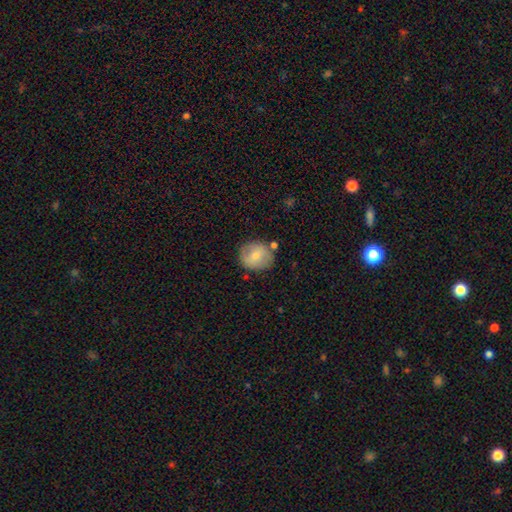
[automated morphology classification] Smooth or featured? smooth (65%)
How rounded? round (82%)
Merging? none (76%)